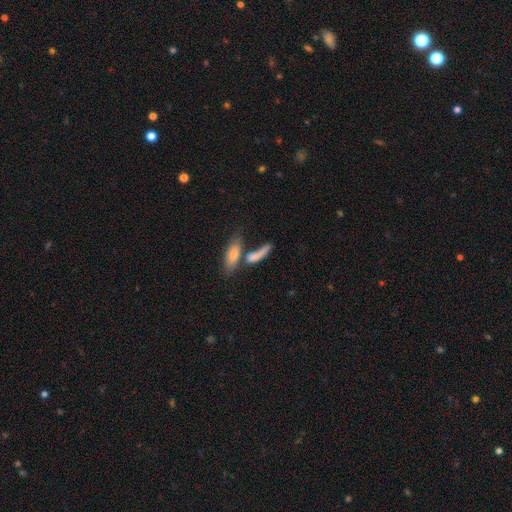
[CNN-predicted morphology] Smooth or featured?
  - smooth: 70% *
  - featured or disk: 22%
  - star or artifact: 8%
How rounded?
  - in between: 50% *
  - cigar-shaped: 45%
  - round: 5%
Merging?
  - merger: 49% *
  - none: 30%
  - minor disturbance: 12%
  - major disturbance: 10%